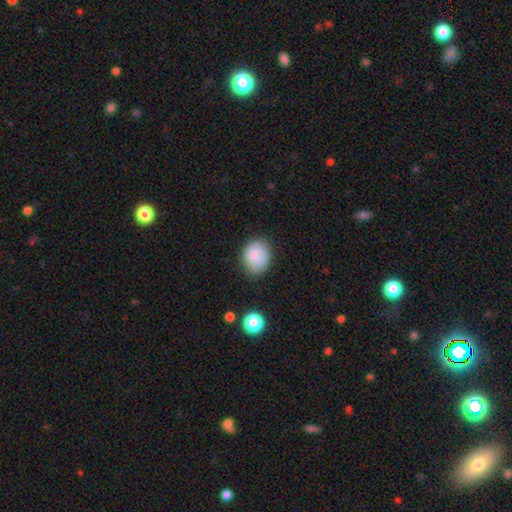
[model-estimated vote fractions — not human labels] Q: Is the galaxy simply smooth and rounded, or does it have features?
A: smooth — 84%.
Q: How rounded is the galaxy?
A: round — 51%.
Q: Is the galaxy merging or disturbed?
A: none — 73%.